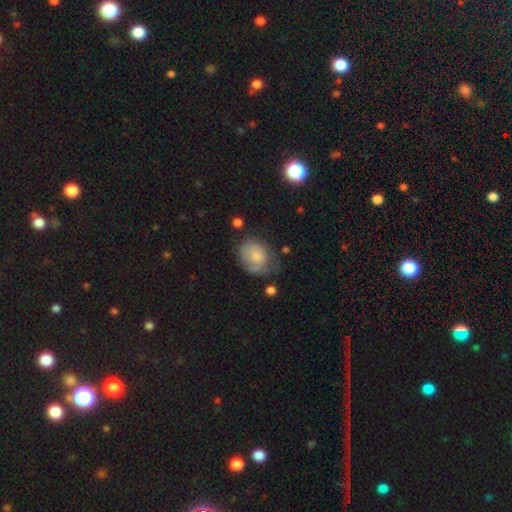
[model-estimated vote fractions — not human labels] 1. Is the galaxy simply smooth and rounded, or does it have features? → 68% smooth, 24% featured or disk, 8% star or artifact.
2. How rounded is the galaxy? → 51% round, 48% in between, 1% cigar-shaped.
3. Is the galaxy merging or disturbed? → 44% none, 32% minor disturbance, 19% major disturbance, 5% merger.